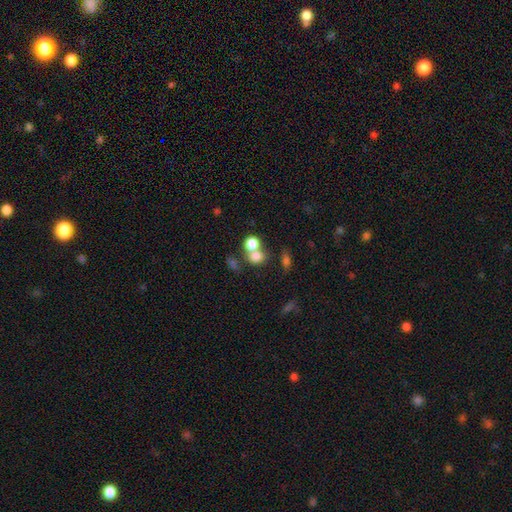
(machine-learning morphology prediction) Q: Smooth or featured?
A: smooth (76%); runner-up: star or artifact (14%)
Q: How rounded?
A: round (70%); runner-up: in between (28%)
Q: Merging?
A: merger (47%); runner-up: none (40%)